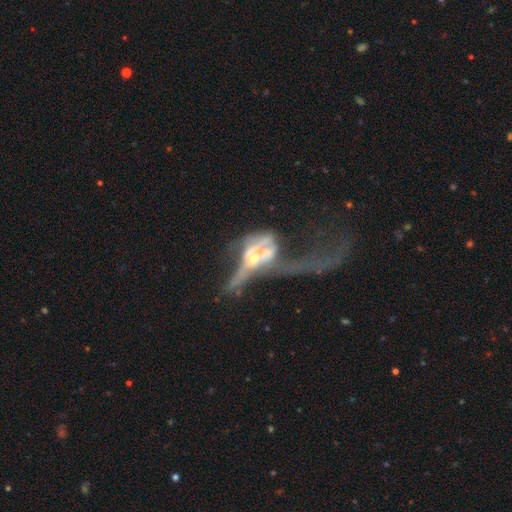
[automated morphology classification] featured or disk 67%, smooth 23%, star or artifact 9%. Down the decision tree: edge-on disk — no (80%); bar — no (77%); spiral arms — no (64%); bulge size — moderate (52%); merging — major disturbance (49%).